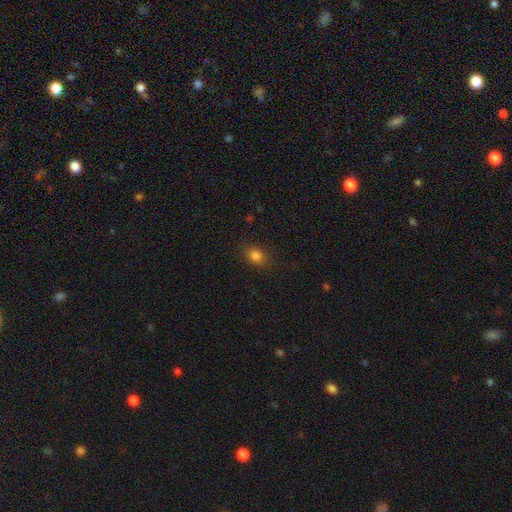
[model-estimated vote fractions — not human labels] Smooth or featured? Predicted: smooth (p=0.81). How rounded? Predicted: in between (p=0.56). Merging? Predicted: none (p=0.82).